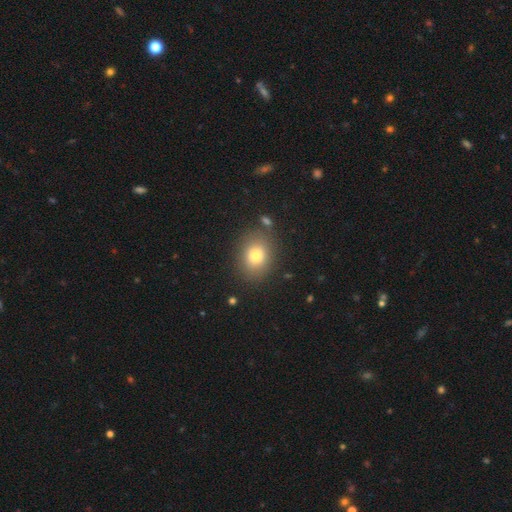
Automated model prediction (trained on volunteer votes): A smooth galaxy with no disk features (77%) that is round (50%). Merging: none (81%).